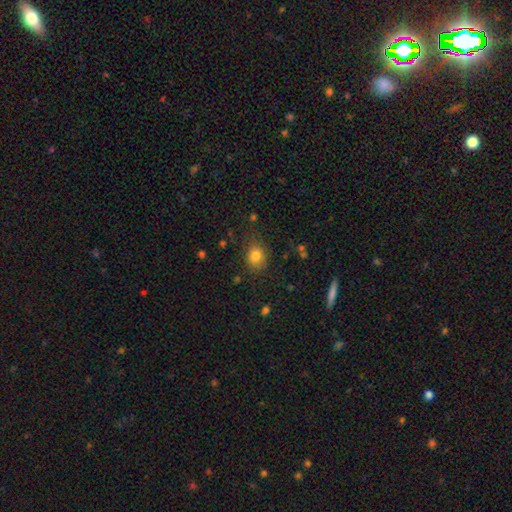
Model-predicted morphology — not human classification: Q: Smooth or featured?
A: smooth (80%); runner-up: star or artifact (12%)
Q: How rounded?
A: round (62%); runner-up: in between (37%)
Q: Merging?
A: none (77%); runner-up: minor disturbance (16%)